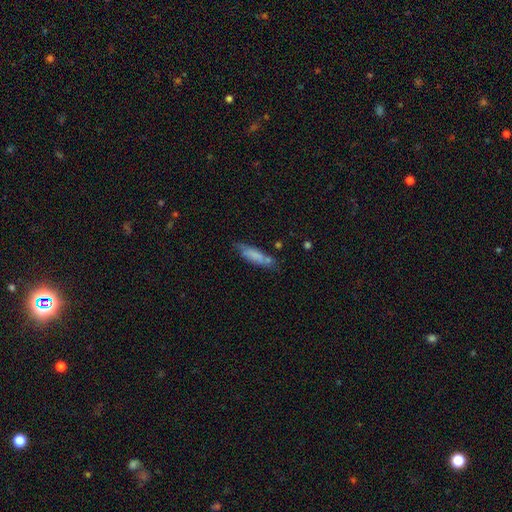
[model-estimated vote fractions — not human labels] Smooth or featured? Predicted: smooth (p=0.71). How rounded? Predicted: cigar-shaped (p=0.68). Merging? Predicted: none (p=0.64).